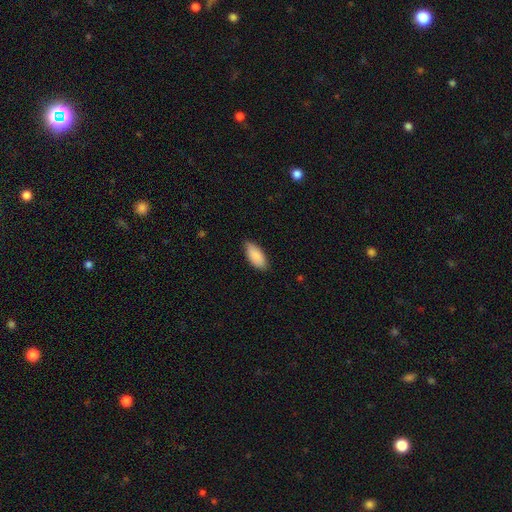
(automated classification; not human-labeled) The model was most divided on "merging": none: 78%, minor disturbance: 18%, major disturbance: 2%, merger: 1%. More confident: how rounded — in between (91%); smooth or featured — smooth (88%).